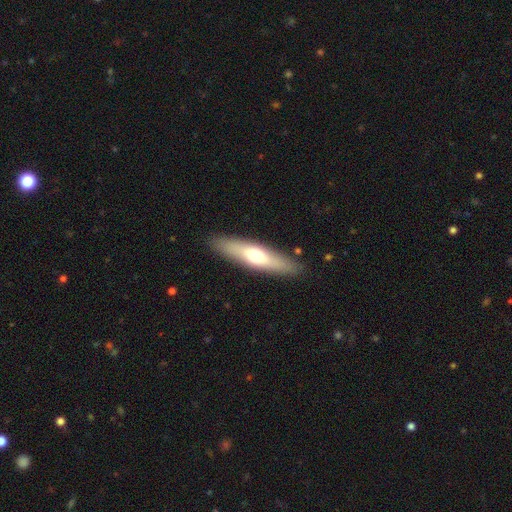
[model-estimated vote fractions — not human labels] Smooth or featured?
  - smooth: 55% *
  - featured or disk: 40%
  - star or artifact: 5%
How rounded?
  - cigar-shaped: 73% *
  - in between: 25%
  - round: 2%
Merging?
  - none: 89% *
  - minor disturbance: 8%
  - major disturbance: 2%
  - merger: 1%